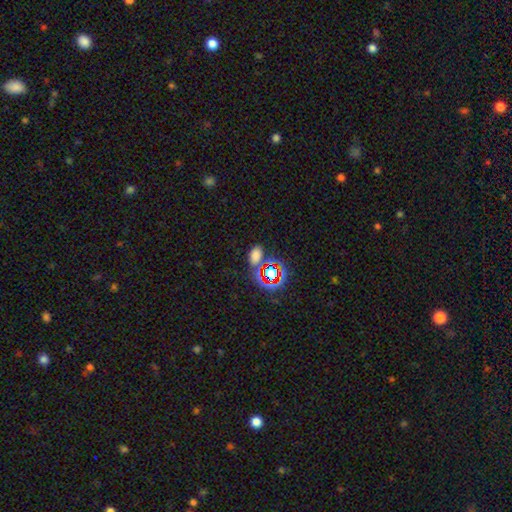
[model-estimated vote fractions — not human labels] smooth-or-featured: smooth: 63% | star or artifact: 29% | featured or disk: 8%
  how-rounded: in between: 85% | round: 12% | cigar-shaped: 2%
  merging: none: 69% | minor disturbance: 14% | merger: 11% | major disturbance: 6%